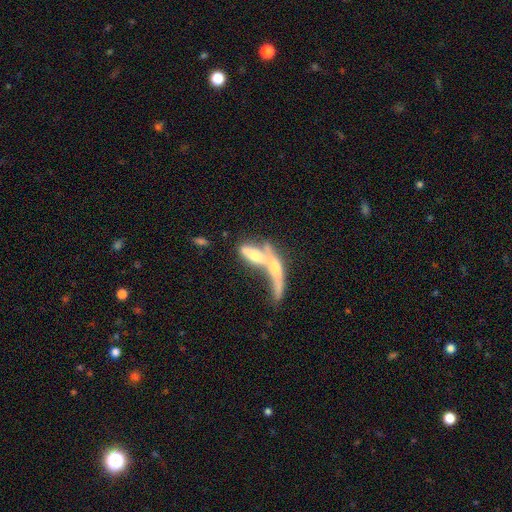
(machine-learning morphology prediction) The model was most divided on "edge-on disk": no: 55%, yes: 45%. More confident: merging — merger (68%); smooth or featured — featured or disk (55%).